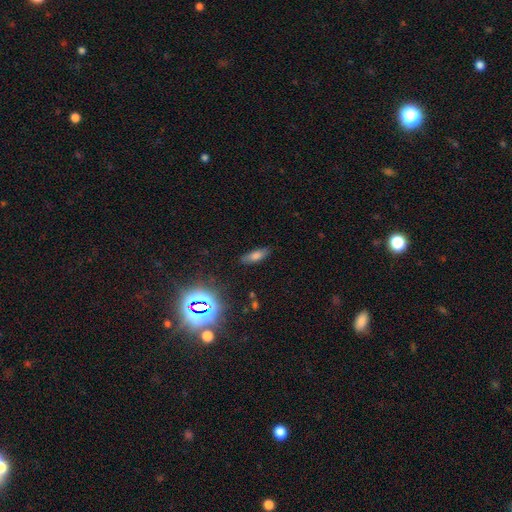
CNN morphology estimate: Q: Smooth or featured?
A: smooth (54%); runner-up: star or artifact (29%)
Q: How rounded?
A: in between (61%); runner-up: cigar-shaped (32%)
Q: Merging?
A: none (85%); runner-up: minor disturbance (10%)